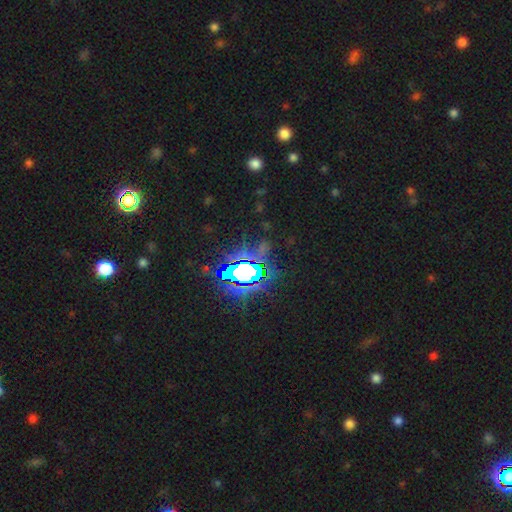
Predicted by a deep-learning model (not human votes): Q: Smooth or featured?
A: star or artifact (84%); runner-up: smooth (9%)